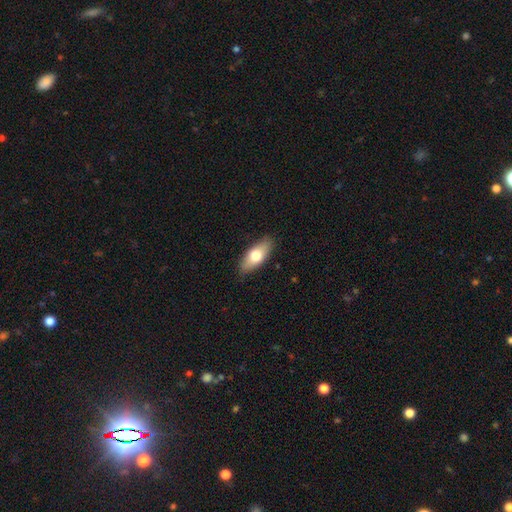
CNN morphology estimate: Overall: smooth (68%). How rounded: in between (80%). Merging: none (86%).